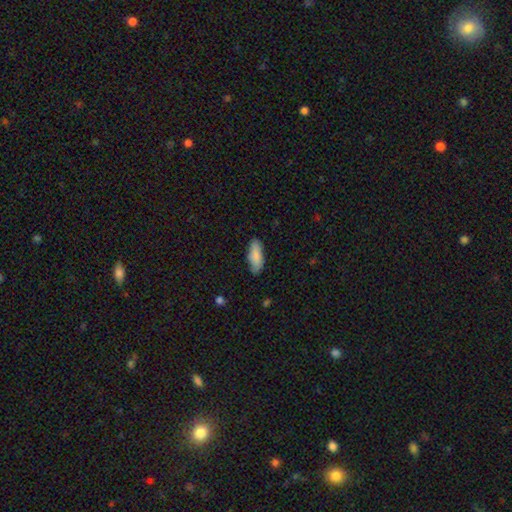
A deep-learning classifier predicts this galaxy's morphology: Smooth or featured? Predicted: smooth (p=0.86). How rounded? Predicted: in between (p=0.75). Merging? Predicted: none (p=0.80).